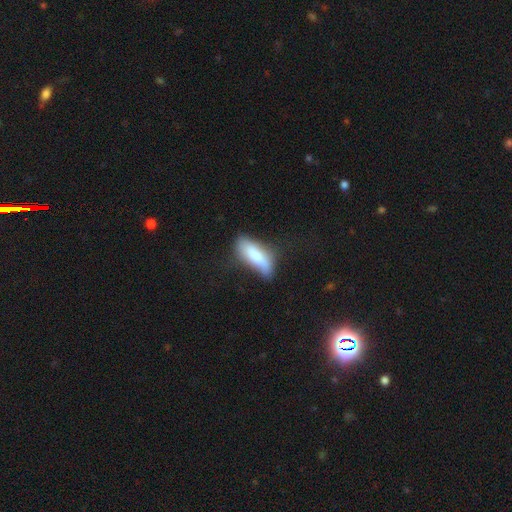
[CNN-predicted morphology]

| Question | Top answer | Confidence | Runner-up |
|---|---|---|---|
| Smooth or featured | smooth | 73% | featured or disk (21%) |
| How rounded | in between | 57% | cigar-shaped (41%) |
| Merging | none | 54% | minor disturbance (31%) |